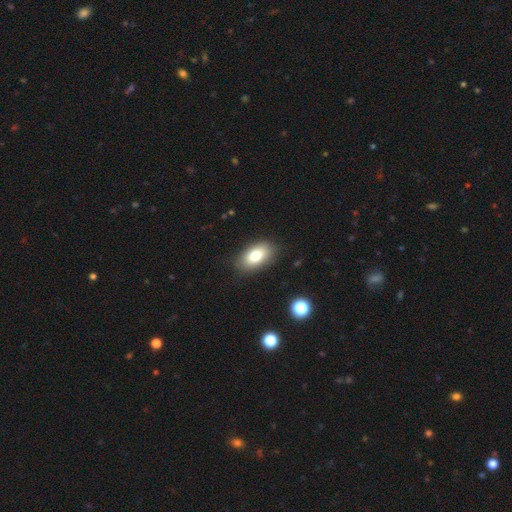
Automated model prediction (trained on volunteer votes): Overall: smooth (79%). How rounded: in between (92%). Merging: none (86%).